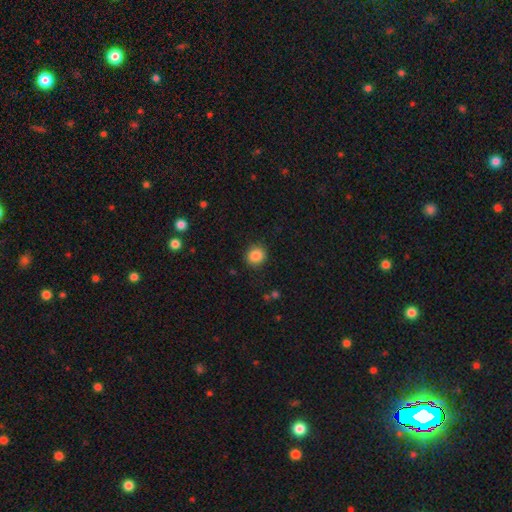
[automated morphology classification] smooth_or_featured: smooth (p=0.85) [alt: star or artifact p=0.10]
how_rounded: round (p=0.84) [alt: in between p=0.15]
merging: none (p=0.89) [alt: minor disturbance p=0.08]